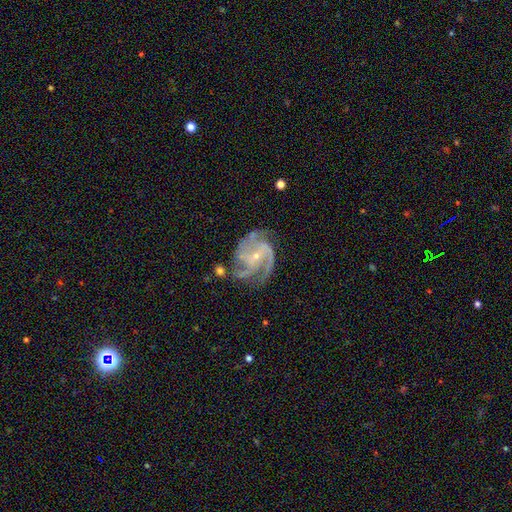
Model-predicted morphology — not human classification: Smooth or featured? featured or disk (91%)
Edge-on disk? no (98%)
Bar? no (50%)
Spiral arms? yes (98%)
Spiral winding? medium (53%)
Spiral arm count? 3 (49%)
Bulge size? small (77%)
Merging? none (64%)